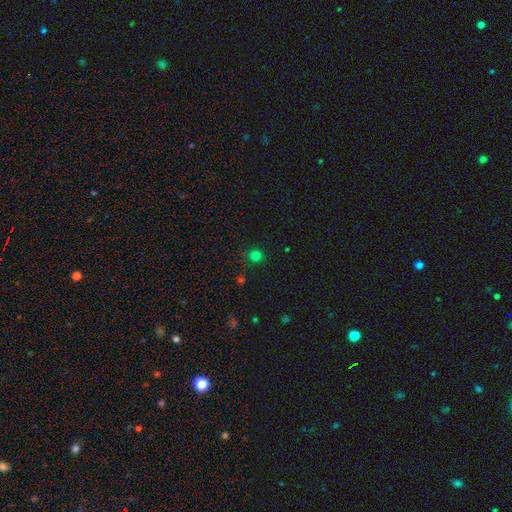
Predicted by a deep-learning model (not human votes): Smooth or featured? Predicted: smooth (p=0.77). How rounded? Predicted: round (p=0.90). Merging? Predicted: none (p=0.86).